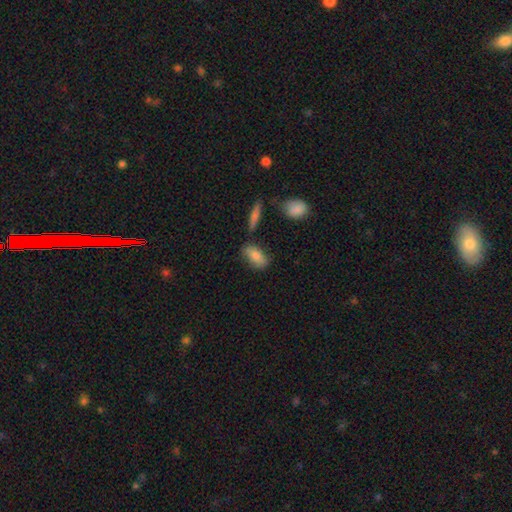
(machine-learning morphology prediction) Smooth or featured?
  - smooth: 77% *
  - featured or disk: 16%
  - star or artifact: 7%
How rounded?
  - in between: 85% *
  - cigar-shaped: 10%
  - round: 4%
Merging?
  - none: 71% *
  - minor disturbance: 19%
  - merger: 6%
  - major disturbance: 4%